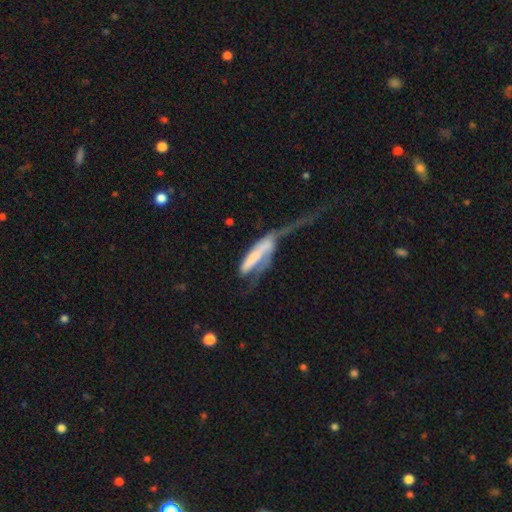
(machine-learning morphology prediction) Smooth or featured: featured or disk — 51% (smooth — 41%)
Edge-on disk: no — 67% (yes — 33%)
Merging: major disturbance — 62% (merger — 15%)